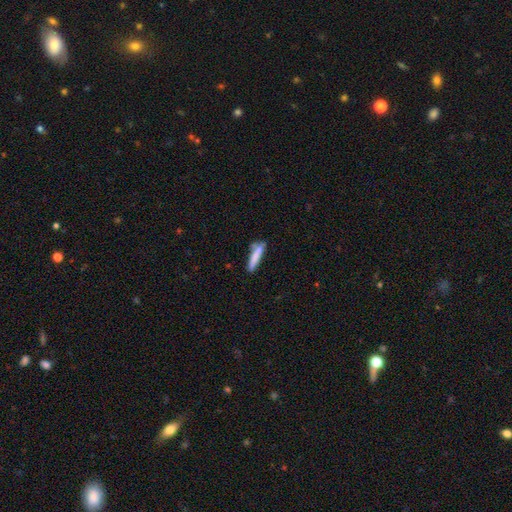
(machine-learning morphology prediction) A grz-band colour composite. It shows a smooth galaxy with no disk features (76%) that is cigar-shaped (87%). Merging: none (63%).